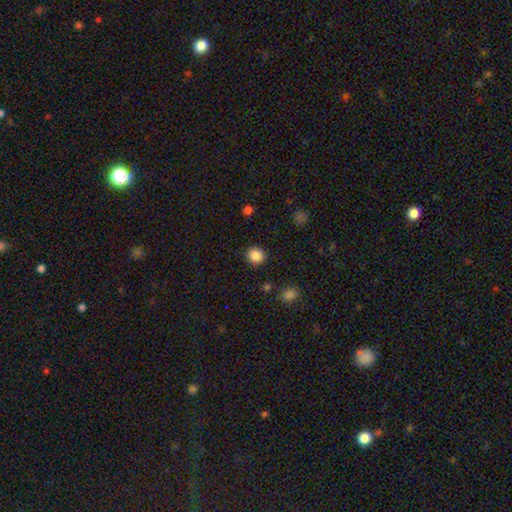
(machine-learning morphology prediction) smooth_or_featured: smooth (p=0.86) [alt: star or artifact p=0.11]
how_rounded: round (p=0.89) [alt: in between p=0.10]
merging: none (p=0.89) [alt: minor disturbance p=0.07]